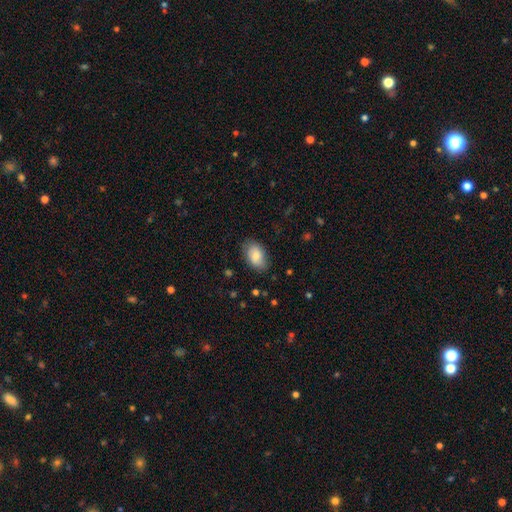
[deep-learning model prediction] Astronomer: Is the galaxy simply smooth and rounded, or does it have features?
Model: smooth — 80%.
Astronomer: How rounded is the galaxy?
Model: in between — 91%.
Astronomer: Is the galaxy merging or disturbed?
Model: none — 80%.